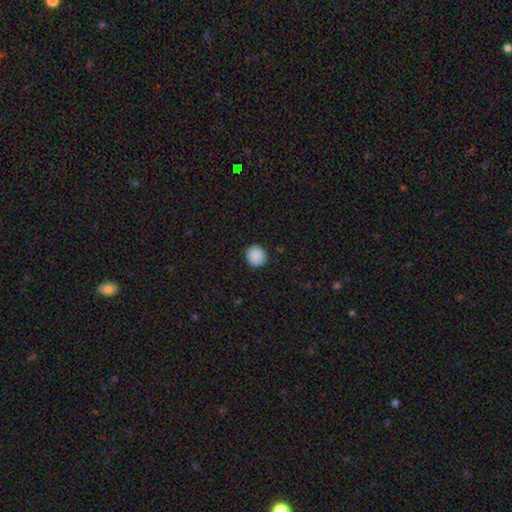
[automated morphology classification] This appears to be a smooth galaxy with no disk features (90%) that is round (90%). Merging: none (91%).